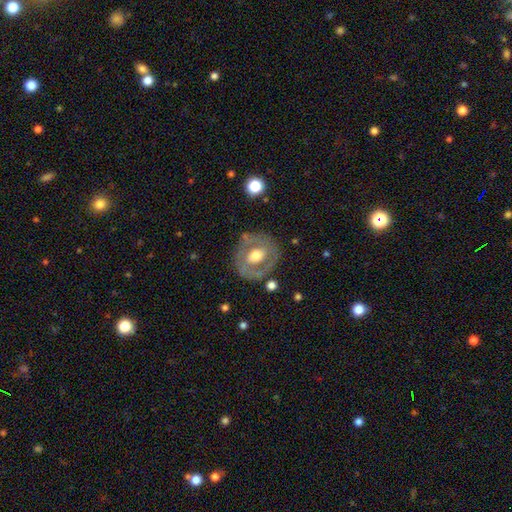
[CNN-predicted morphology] This appears to be a featured or disk galaxy (54%) with no bar (66%), no spiral arms (81%) and a moderate central bulge (67%). Merging: none (76%).